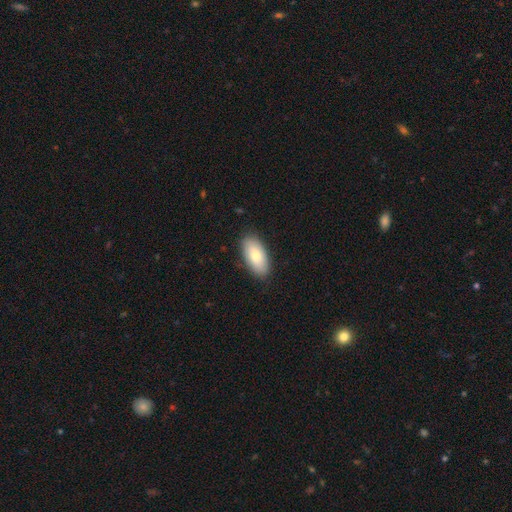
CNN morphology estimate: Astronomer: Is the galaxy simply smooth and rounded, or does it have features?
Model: smooth — 77%.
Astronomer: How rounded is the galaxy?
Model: in between — 93%.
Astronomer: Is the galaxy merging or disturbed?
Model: none — 86%.